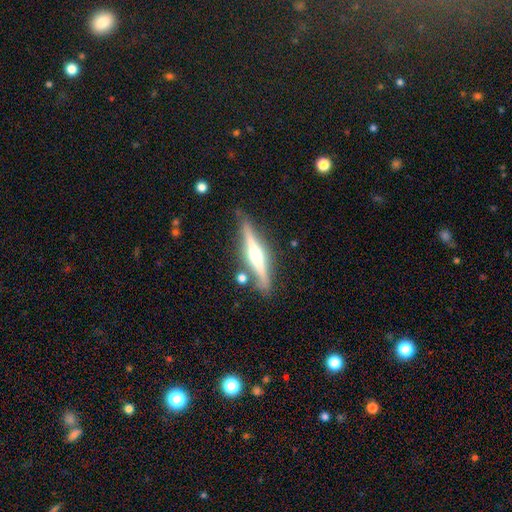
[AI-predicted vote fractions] A featured or disk galaxy (74%) viewed edge-on (97%) with a rounded central bulge (91%).

Vote fractions:
- Smooth or featured? featured or disk: 74% / smooth: 20% / star or artifact: 6%
- Edge-on disk? yes: 97% / no: 3%
- Edge-on bulge? rounded: 91% / none: 5% / boxy: 4%
- Merging? none: 81% / minor disturbance: 11% / merger: 5% / major disturbance: 3%